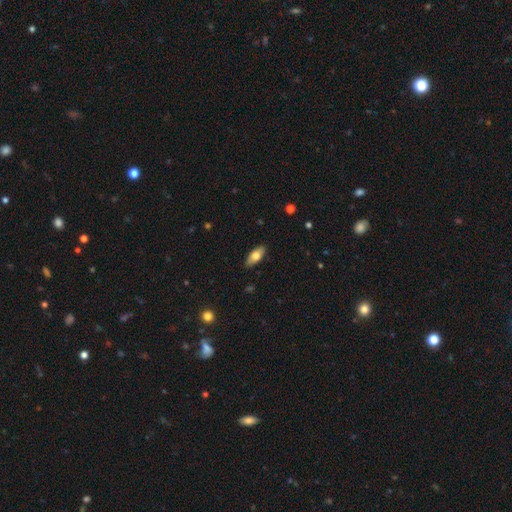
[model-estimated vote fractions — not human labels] Q: Smooth or featured?
A: smooth (70%); runner-up: featured or disk (24%)
Q: How rounded?
A: in between (82%); runner-up: cigar-shaped (15%)
Q: Merging?
A: none (88%); runner-up: minor disturbance (9%)